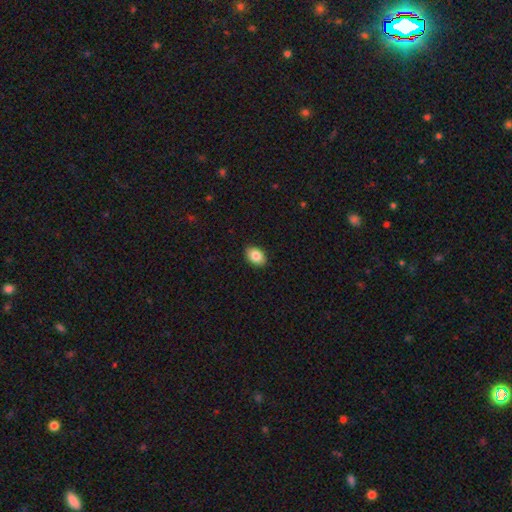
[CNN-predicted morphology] Q: Smooth or featured?
A: smooth (86%); runner-up: star or artifact (7%)
Q: How rounded?
A: in between (82%); runner-up: round (17%)
Q: Merging?
A: none (90%); runner-up: minor disturbance (7%)